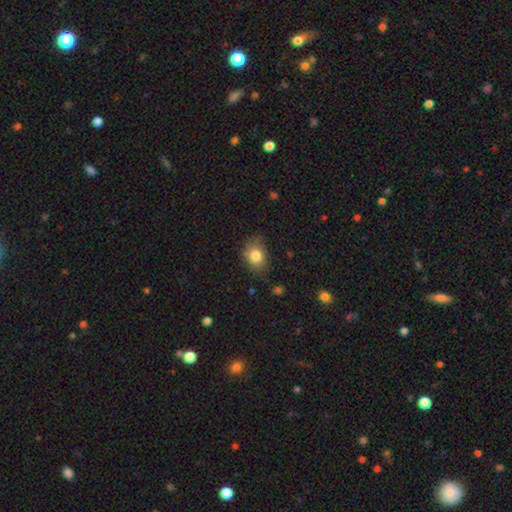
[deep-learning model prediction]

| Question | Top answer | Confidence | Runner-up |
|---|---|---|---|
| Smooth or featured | smooth | 81% | star or artifact (9%) |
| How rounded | in between | 59% | round (40%) |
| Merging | none | 67% | minor disturbance (26%) |